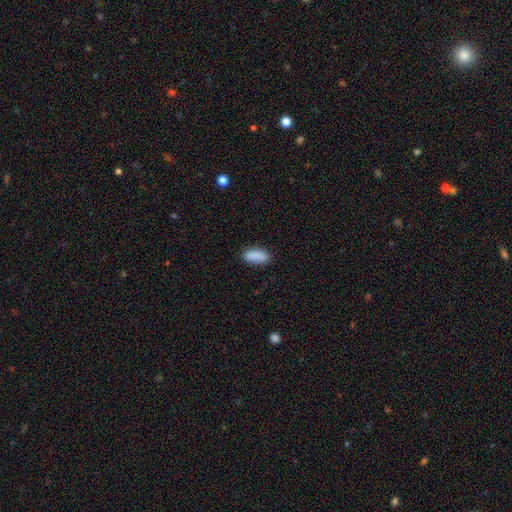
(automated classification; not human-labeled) smooth_or_featured: smooth (p=0.89) [alt: star or artifact p=0.07]
how_rounded: in between (p=0.84) [alt: cigar-shaped p=0.14]
merging: none (p=0.83) [alt: minor disturbance p=0.13]